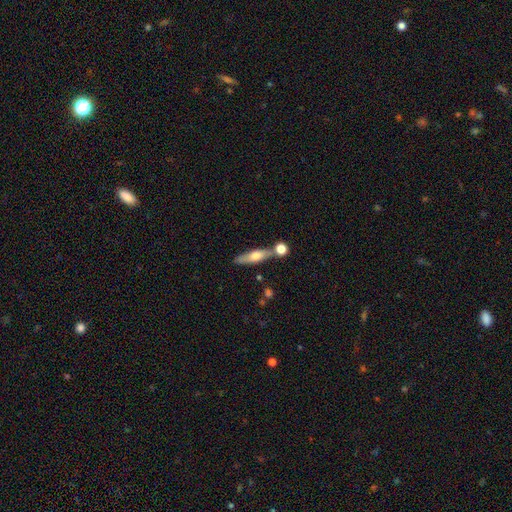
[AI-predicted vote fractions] This is possibly a smooth galaxy (52%). How rounded: likely cigar-shaped (70%). Merging: likely none (65%).